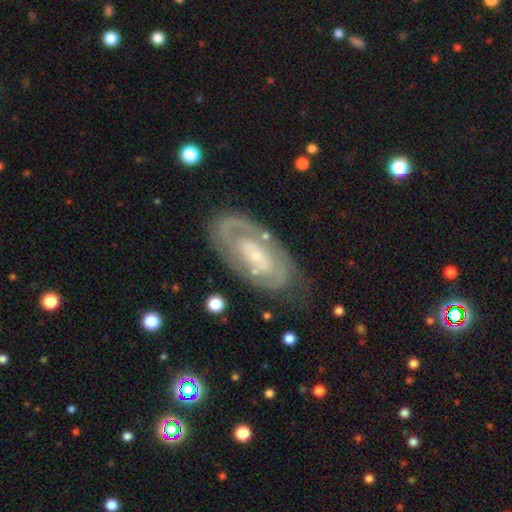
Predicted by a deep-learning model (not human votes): Smooth or featured? featured or disk (82%)
Edge-on disk? no (95%)
Bar? no (60%)
Spiral arms? yes (88%)
Spiral winding? tight (63%)
Spiral arm count? 2 (47%)
Bulge size? small (76%)
Merging? none (70%)